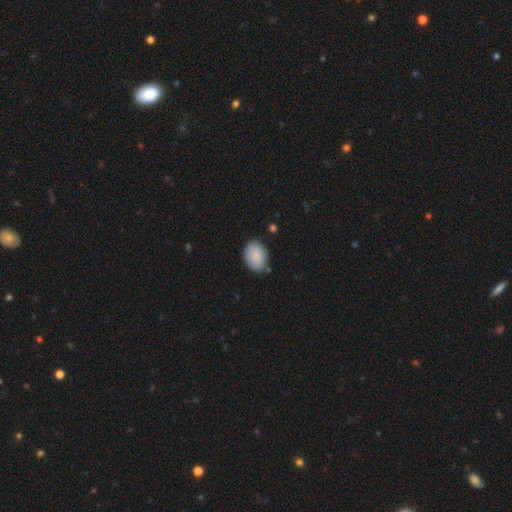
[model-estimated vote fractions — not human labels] smooth-or-featured: smooth: 87% | featured or disk: 7% | star or artifact: 6%
  how-rounded: in between: 82% | round: 17% | cigar-shaped: 1%
  merging: none: 77% | minor disturbance: 18% | major disturbance: 3% | merger: 3%